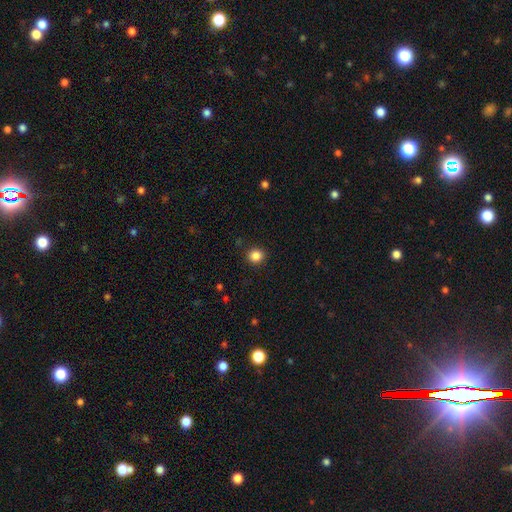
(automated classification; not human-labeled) Smooth or featured: smooth — 86% (star or artifact — 11%)
How rounded: round — 88% (in between — 11%)
Merging: none — 91% (minor disturbance — 6%)